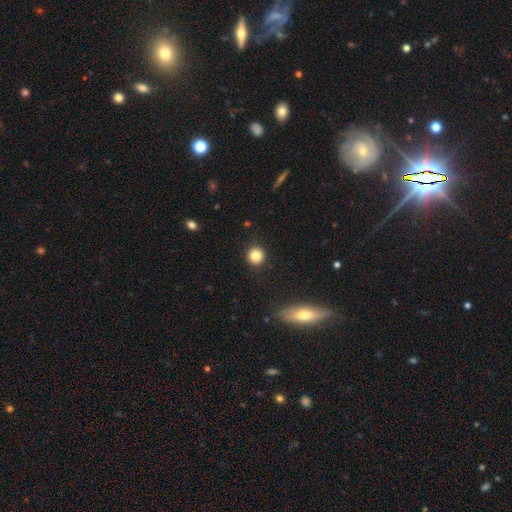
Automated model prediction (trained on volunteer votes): Overall: smooth (84%). How rounded: round (92%). Merging: none (91%).